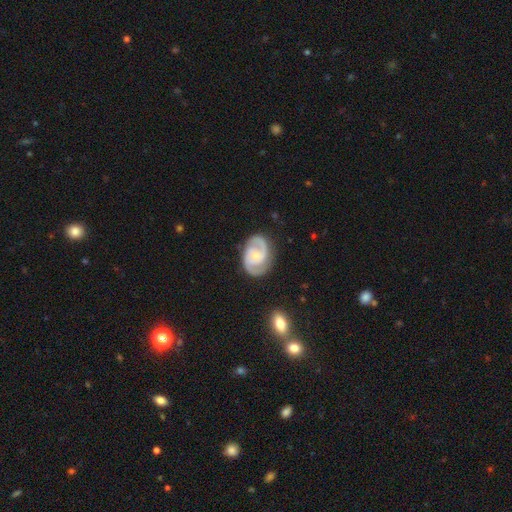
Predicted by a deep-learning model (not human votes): This is clearly a featured or disk galaxy (88%). It is clearly not viewed edge-on (98%). Bar: possibly no (55%). Spiral arm pattern: clearly yes (97%). Spiral arm count: clearly 2 (91%). Spiral winding: possibly medium (51%). Central bulge: likely small (64%). Merging: clearly none (82%).